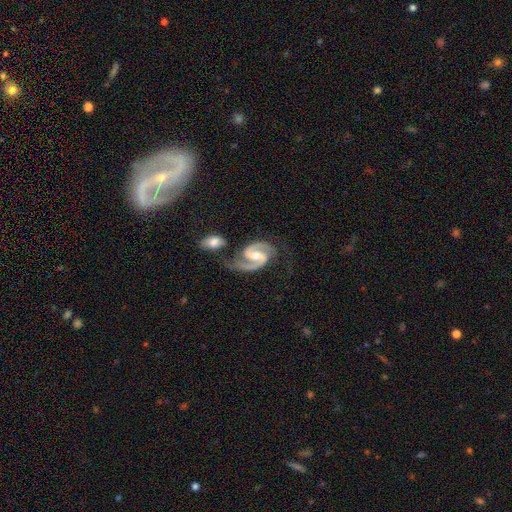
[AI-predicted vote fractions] Overall: featured or disk (93%). Edge-on disk: no (98%). Bar: weak (42%; strong 40%). Spiral arms: yes (98%). Spiral arm count: 2 (94%). Spiral winding: medium (64%). Bulge size: moderate (62%; small 31%). Merging: none (62%).